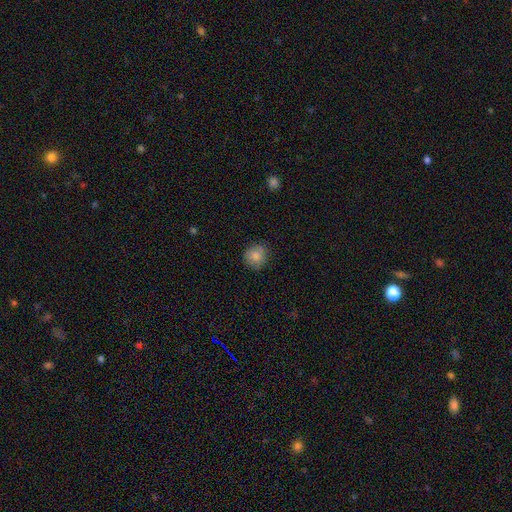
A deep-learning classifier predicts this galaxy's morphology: A smooth galaxy with no disk features (84%) that is round (86%).

Vote fractions:
- Smooth or featured? smooth: 84% / star or artifact: 8% / featured or disk: 7%
- How rounded? round: 86% / in between: 13% / cigar-shaped: 1%
- Merging? none: 82% / minor disturbance: 14% / major disturbance: 3% / merger: 1%